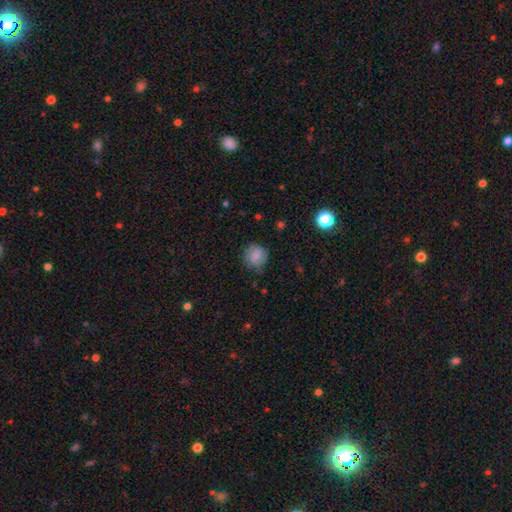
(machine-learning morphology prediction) Smooth or featured?
  - smooth: 82% *
  - star or artifact: 9%
  - featured or disk: 9%
How rounded?
  - round: 84% *
  - in between: 15%
  - cigar-shaped: 1%
Merging?
  - none: 73% *
  - minor disturbance: 21%
  - major disturbance: 5%
  - merger: 1%